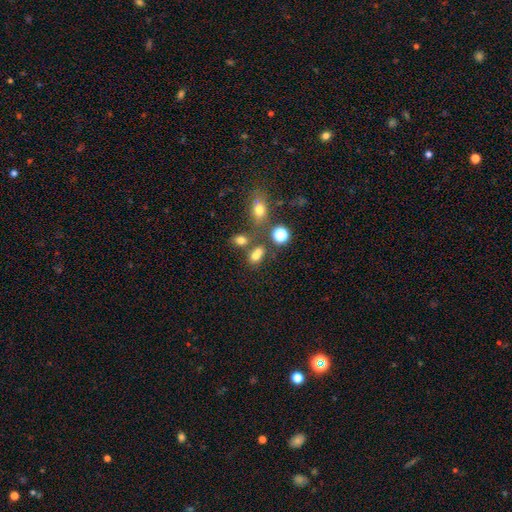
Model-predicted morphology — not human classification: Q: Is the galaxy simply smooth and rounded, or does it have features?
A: smooth — 71%.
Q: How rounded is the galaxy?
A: in between — 73%.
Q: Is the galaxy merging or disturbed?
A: none — 50%.